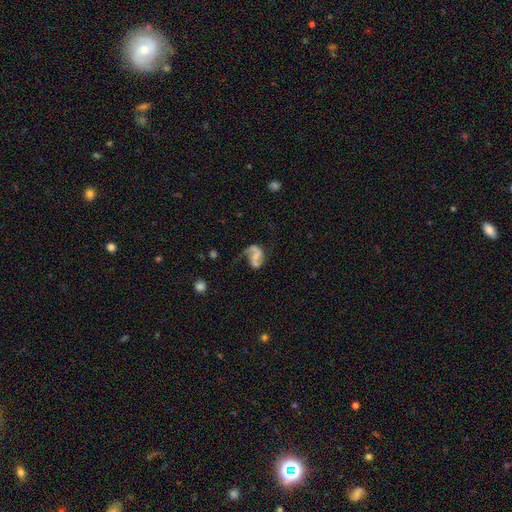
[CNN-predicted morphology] Smooth or featured?
  - featured or disk: 71% *
  - smooth: 20%
  - star or artifact: 9%
Edge-on disk?
  - no: 98% *
  - yes: 2%
Bar?
  - no: 50% *
  - weak: 34%
  - strong: 16%
Spiral arms?
  - yes: 83% *
  - no: 17%
Spiral winding?
  - loose: 61% *
  - medium: 30%
  - tight: 9%
Spiral arm count?
  - 2: 64% *
  - 1: 29%
  - can't tell: 4%
  - 3: 1%
  - 4: 1%
  - more than 4: 1%
Bulge size?
  - none: 54% *
  - small: 27%
  - moderate: 14%
  - large: 4%
  - dominant: 2%
Merging?
  - major disturbance: 34% * (tied)
  - none: 34% * (tied)
  - minor disturbance: 19%
  - merger: 13%